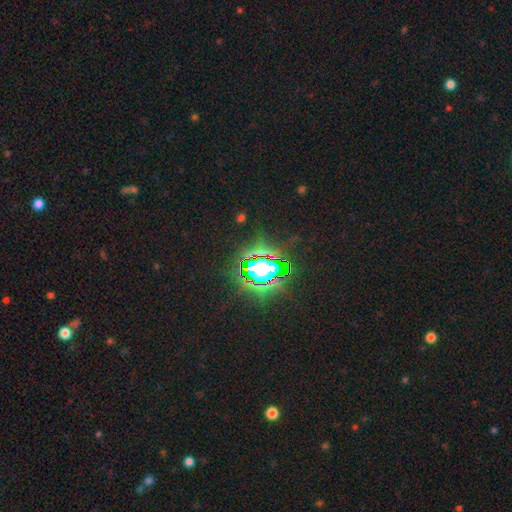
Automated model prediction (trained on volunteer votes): Smooth or featured: star or artifact — 73% (smooth — 16%)